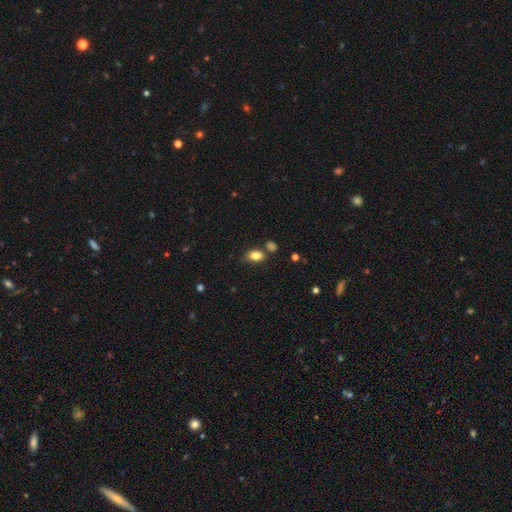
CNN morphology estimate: A smooth galaxy with no disk features (83%) that is in between round and cigar-shaped (86%). Merging: none (64%).